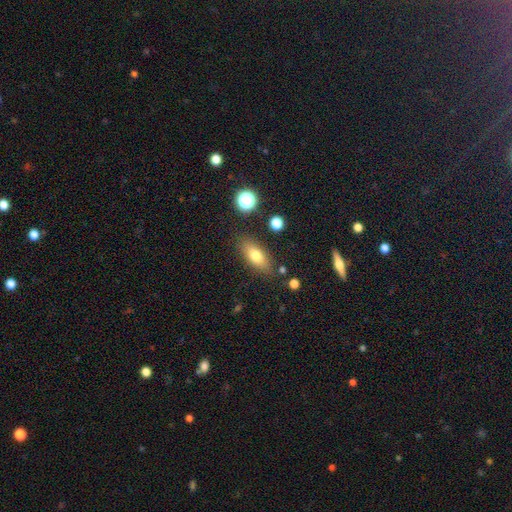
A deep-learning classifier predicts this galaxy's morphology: Q: Smooth or featured?
A: smooth (73%); runner-up: featured or disk (18%)
Q: How rounded?
A: in between (76%); runner-up: cigar-shaped (18%)
Q: Merging?
A: none (82%); runner-up: minor disturbance (12%)